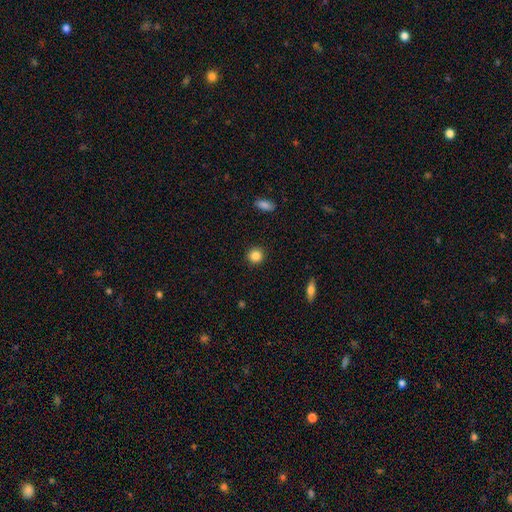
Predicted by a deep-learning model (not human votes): This is clearly a smooth galaxy (85%). How rounded: clearly round (93%). Merging: clearly none (92%).